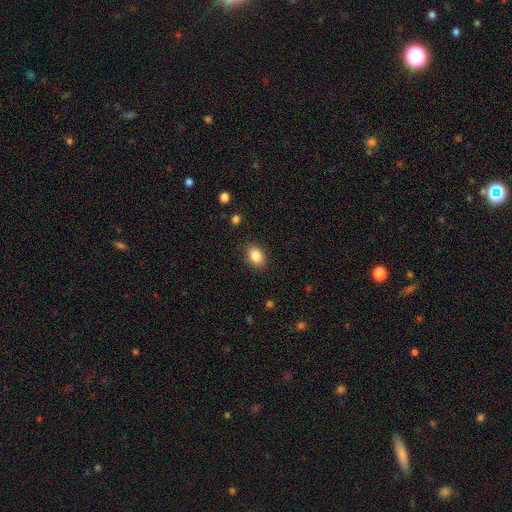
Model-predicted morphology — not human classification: Smooth or featured? Predicted: smooth (p=0.86). How rounded? Predicted: in between (p=0.74). Merging? Predicted: none (p=0.87).